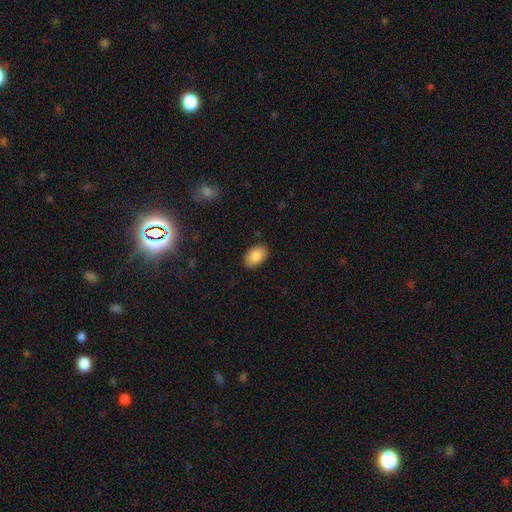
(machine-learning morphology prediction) This is clearly a smooth galaxy (87%). How rounded: clearly in between (90%). Merging: clearly none (88%).